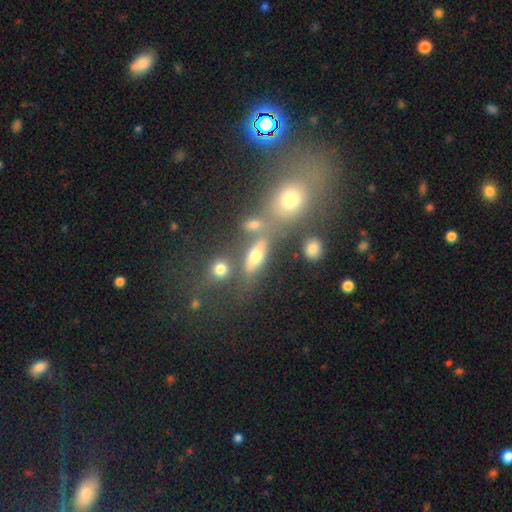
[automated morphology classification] smooth-or-featured: smooth: 62% | featured or disk: 22% | star or artifact: 15%
  how-rounded: in between: 59% | round: 24% | cigar-shaped: 18%
  merging: none: 52% | merger: 26% | minor disturbance: 14% | major disturbance: 9%